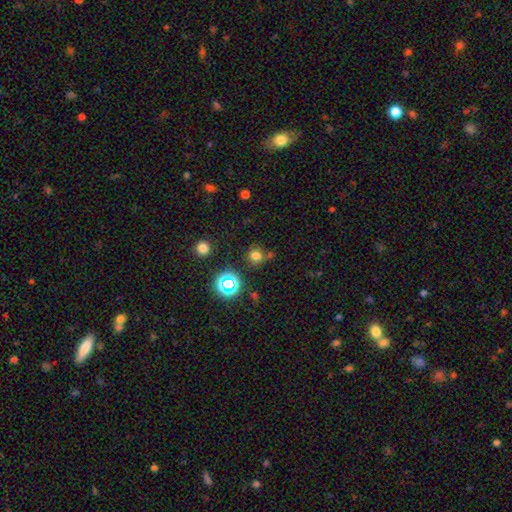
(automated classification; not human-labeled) Overall: smooth (69%). How rounded: round (87%). Merging: none (71%).